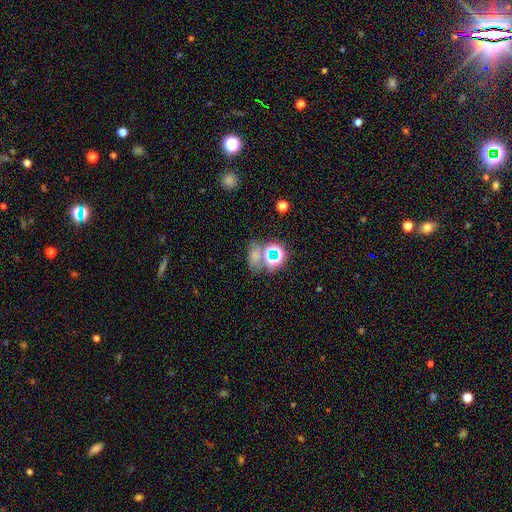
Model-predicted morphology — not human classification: smooth-or-featured: smooth: 44% | star or artifact: 42% | featured or disk: 14%
  merging: none: 48% | merger: 25% | minor disturbance: 15% | major disturbance: 12%